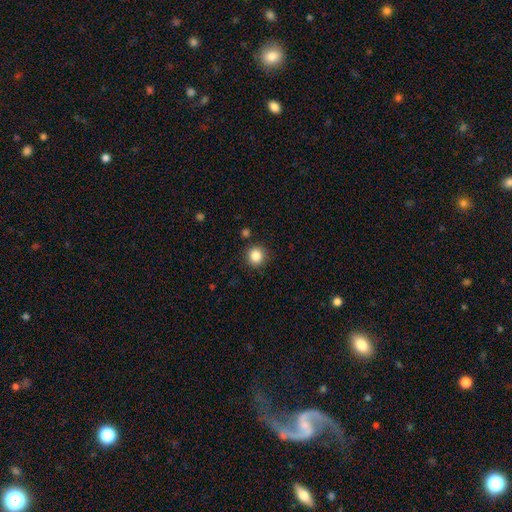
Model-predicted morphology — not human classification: A smooth galaxy with no disk features (85%) that is round (92%). Merging: none (89%).